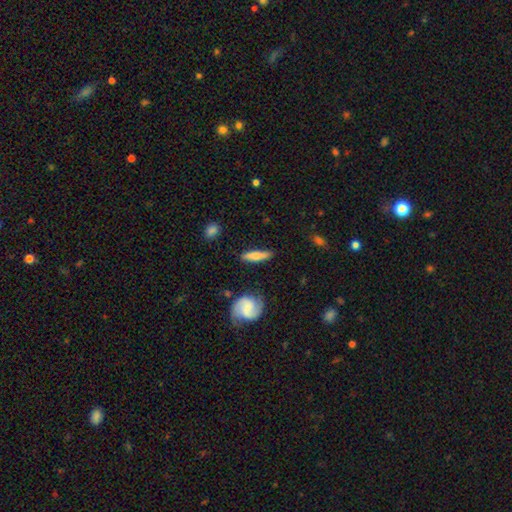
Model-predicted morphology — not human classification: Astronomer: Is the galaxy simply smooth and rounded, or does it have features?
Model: smooth — 63%.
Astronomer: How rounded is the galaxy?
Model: cigar-shaped — 78%.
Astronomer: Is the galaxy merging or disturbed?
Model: none — 77%.